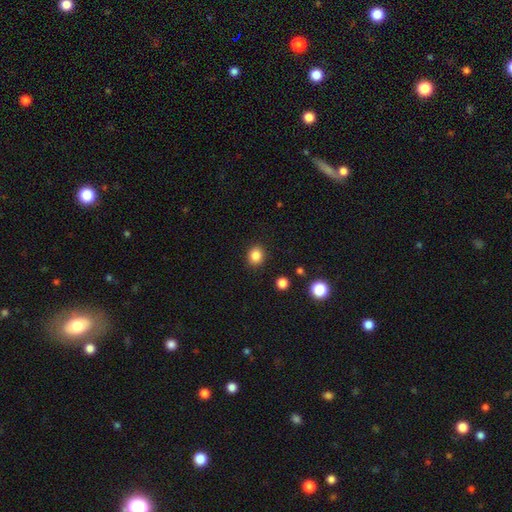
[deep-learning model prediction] Q: Smooth or featured?
A: smooth (85%); runner-up: star or artifact (11%)
Q: How rounded?
A: round (71%); runner-up: in between (28%)
Q: Merging?
A: none (90%); runner-up: minor disturbance (7%)